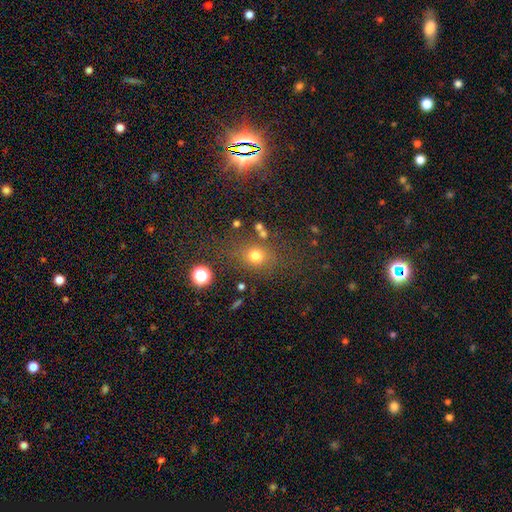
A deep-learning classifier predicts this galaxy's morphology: Q: Smooth or featured?
A: smooth (73%); runner-up: star or artifact (18%)
Q: How rounded?
A: round (69%); runner-up: in between (29%)
Q: Merging?
A: none (70%); runner-up: minor disturbance (14%)